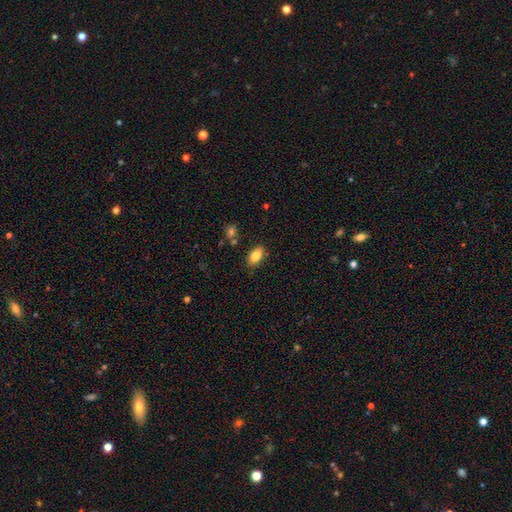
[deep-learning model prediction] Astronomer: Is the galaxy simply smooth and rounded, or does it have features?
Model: smooth — 82%.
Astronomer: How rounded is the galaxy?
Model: in between — 91%.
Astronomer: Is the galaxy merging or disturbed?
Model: none — 85%.